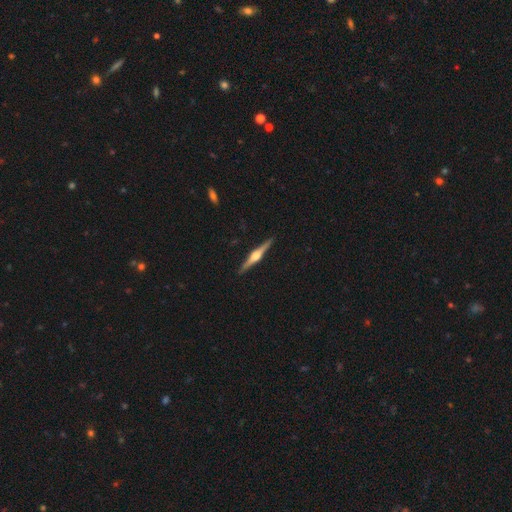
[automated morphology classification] Smooth or featured? featured or disk (83%)
Edge-on disk? yes (99%)
Edge-on bulge? rounded (92%)
Merging? none (92%)